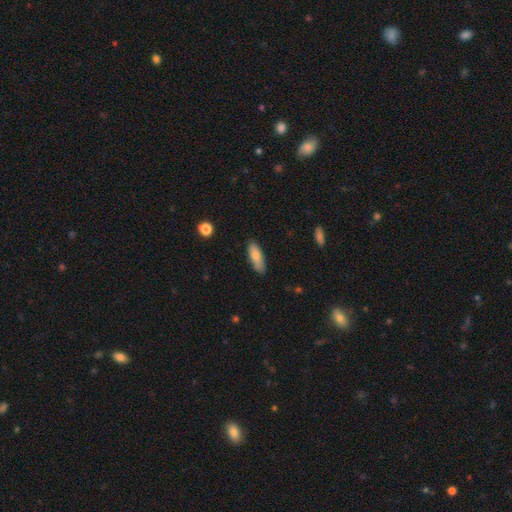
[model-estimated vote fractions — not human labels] Smooth or featured: smooth — 77% (featured or disk — 16%)
How rounded: in between — 62% (cigar-shaped — 36%)
Merging: none — 76% (minor disturbance — 19%)